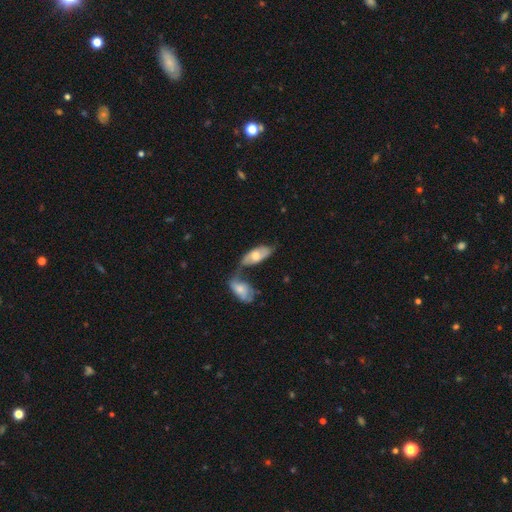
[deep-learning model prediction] A smooth galaxy with no disk features (52%) that is in between round and cigar-shaped (86%).

Vote fractions:
- Smooth or featured? smooth: 52% / featured or disk: 42% / star or artifact: 6%
- How rounded? in between: 86% / cigar-shaped: 11% / round: 3%
- Merging? merger: 46% / none: 31% / minor disturbance: 15% / major disturbance: 8%